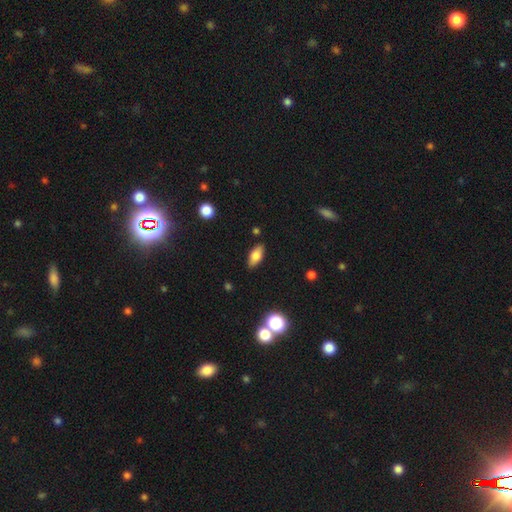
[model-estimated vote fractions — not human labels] Smooth or featured?
  - smooth: 74% *
  - featured or disk: 17%
  - star or artifact: 8%
How rounded?
  - in between: 84% *
  - cigar-shaped: 12%
  - round: 4%
Merging?
  - none: 87% *
  - minor disturbance: 9%
  - major disturbance: 2%
  - merger: 2%